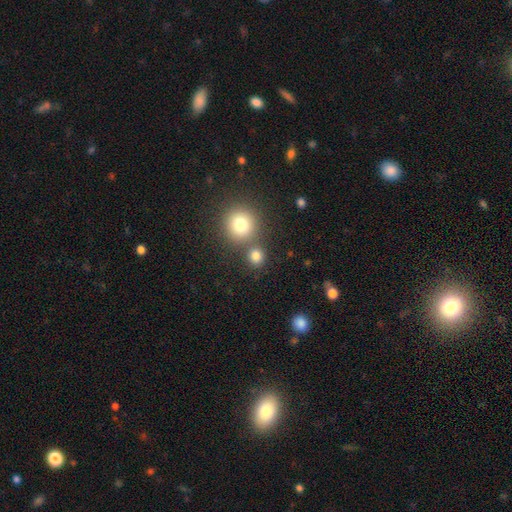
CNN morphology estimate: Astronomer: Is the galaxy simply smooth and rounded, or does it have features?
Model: smooth — 80%.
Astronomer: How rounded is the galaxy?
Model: round — 86%.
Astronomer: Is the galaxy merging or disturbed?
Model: none — 72%.